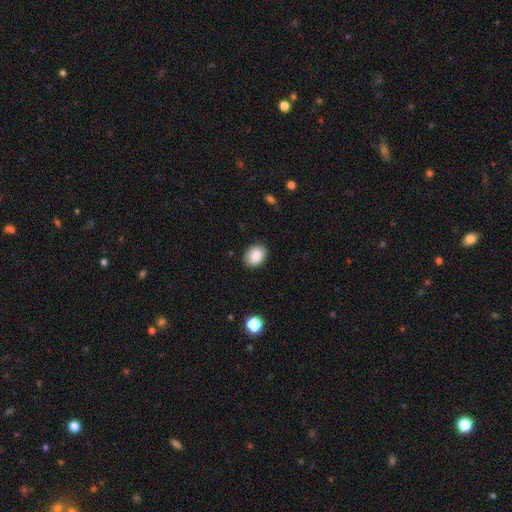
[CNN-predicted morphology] Smooth or featured?
  - smooth: 86% *
  - star or artifact: 8%
  - featured or disk: 6%
How rounded?
  - in between: 64% *
  - round: 36%
  - cigar-shaped: 1%
Merging?
  - none: 87% *
  - minor disturbance: 9%
  - major disturbance: 2%
  - merger: 1%